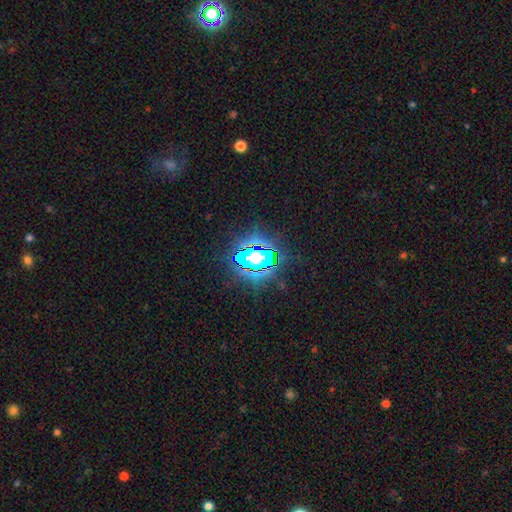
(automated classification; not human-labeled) This appears to be a star or artifact, not a galaxy (66%).